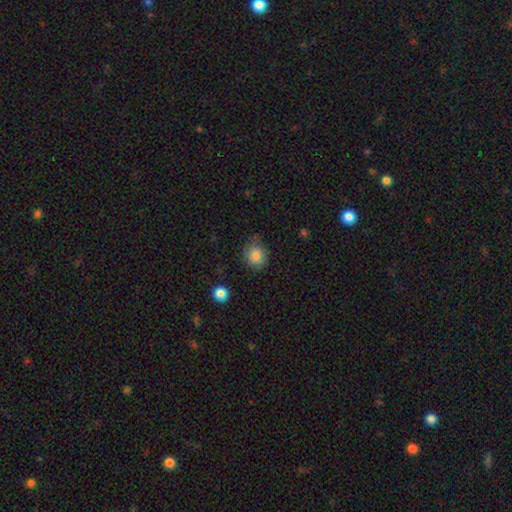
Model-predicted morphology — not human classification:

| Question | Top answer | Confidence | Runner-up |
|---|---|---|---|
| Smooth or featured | smooth | 85% | star or artifact (9%) |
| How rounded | round | 78% | in between (21%) |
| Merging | none | 78% | minor disturbance (16%) |